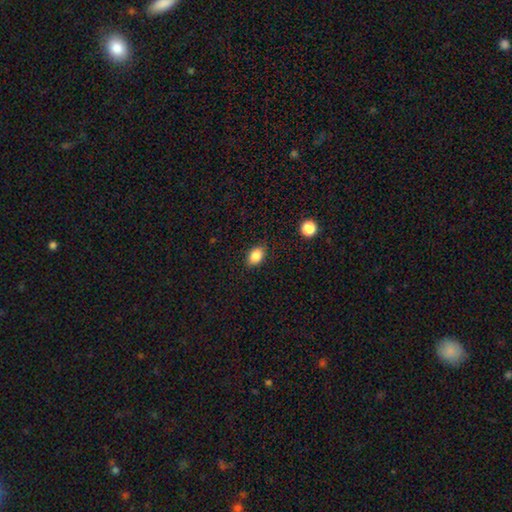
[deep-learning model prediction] A smooth galaxy with no disk features (86%) that is in between round and cigar-shaped (83%). Merging: none (85%).